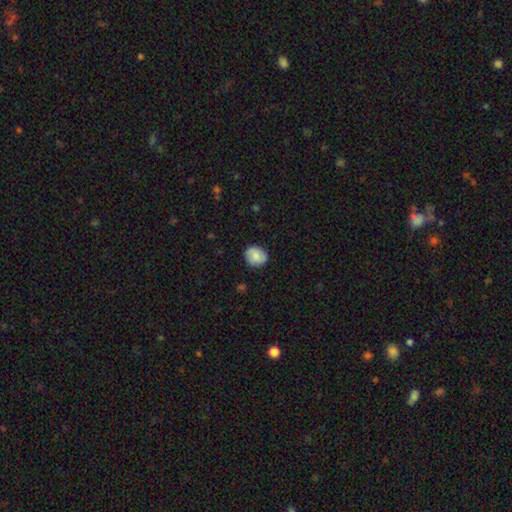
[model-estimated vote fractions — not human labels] Smooth or featured: smooth — 76% (featured or disk — 16%)
How rounded: round — 76% (in between — 23%)
Merging: none — 86% (minor disturbance — 11%)